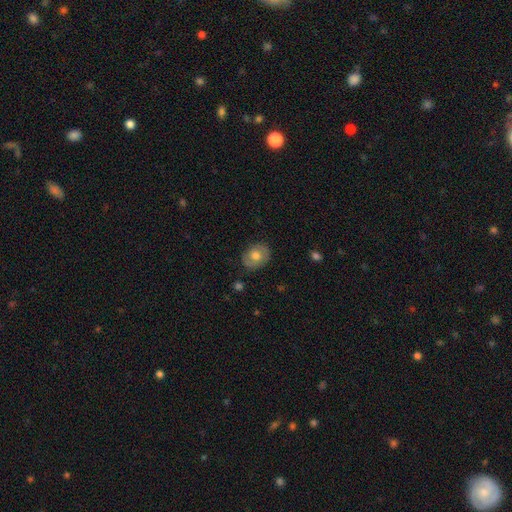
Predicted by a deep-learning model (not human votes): A smooth galaxy with no disk features (67%) that is in between round and cigar-shaped (50%).

Vote fractions:
- Smooth or featured? smooth: 67% / featured or disk: 25% / star or artifact: 8%
- How rounded? in between: 50% / round: 49% / cigar-shaped: 1%
- Merging? none: 82% / minor disturbance: 14% / major disturbance: 3% / merger: 1%